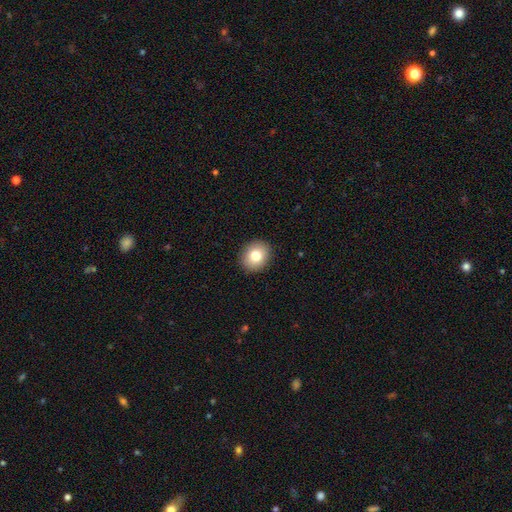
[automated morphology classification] Smooth or featured? Predicted: smooth (p=0.80). How rounded? Predicted: round (p=0.69). Merging? Predicted: none (p=0.91).